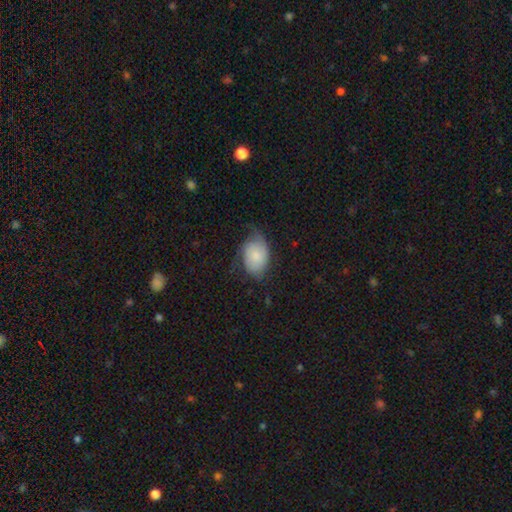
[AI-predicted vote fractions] A smooth galaxy with no disk features (52%) that is in between round and cigar-shaped (80%). Merging: none (44%).